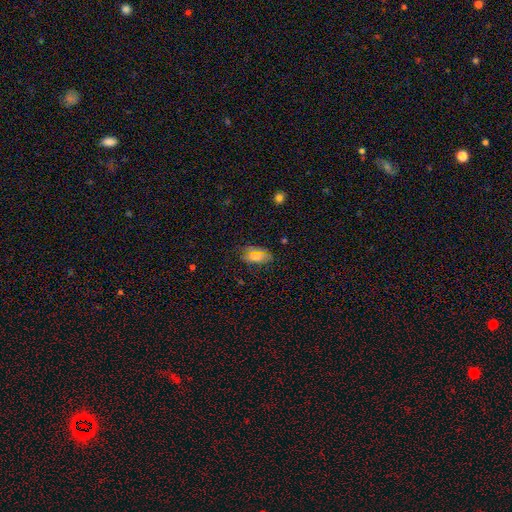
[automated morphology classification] The model was most divided on "smooth or featured": smooth: 71%, star or artifact: 18%, featured or disk: 11%. More confident: how rounded — in between (90%); merging — none (77%).